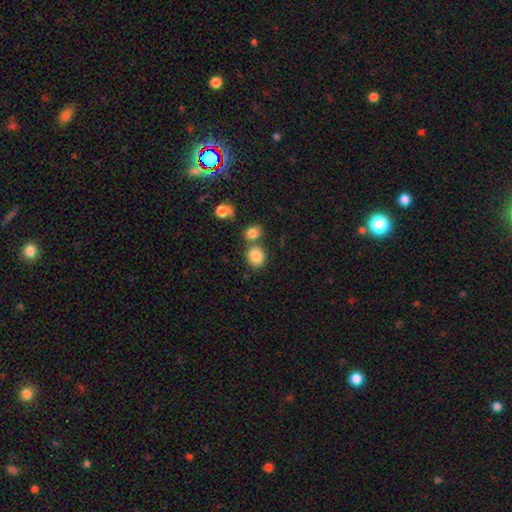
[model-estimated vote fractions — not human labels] smooth 85%, star or artifact 9%, featured or disk 5%. Down the decision tree: how rounded — round (66%); merging — none (59%).